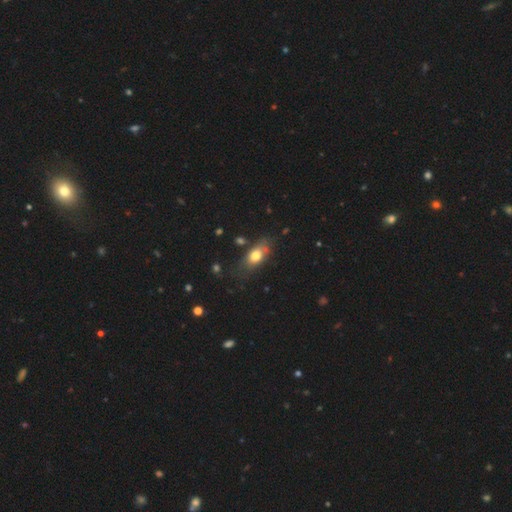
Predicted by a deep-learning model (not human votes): Smooth or featured: smooth — 72% (featured or disk — 20%)
How rounded: in between — 78% (cigar-shaped — 11%)
Merging: none — 64% (minor disturbance — 24%)